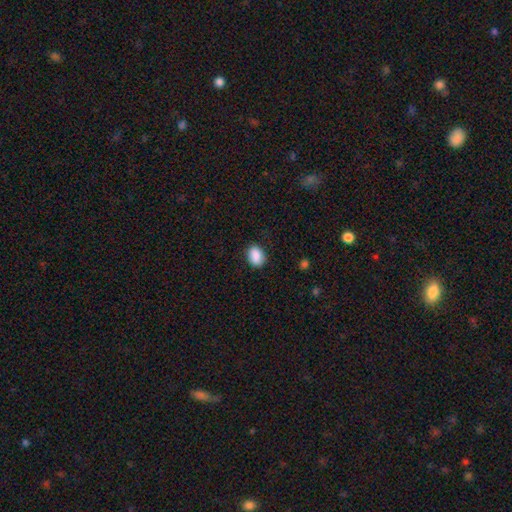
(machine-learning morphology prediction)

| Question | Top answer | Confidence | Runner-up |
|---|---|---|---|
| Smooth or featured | smooth | 89% | star or artifact (8%) |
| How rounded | in between | 78% | round (21%) |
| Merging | none | 84% | minor disturbance (12%) |